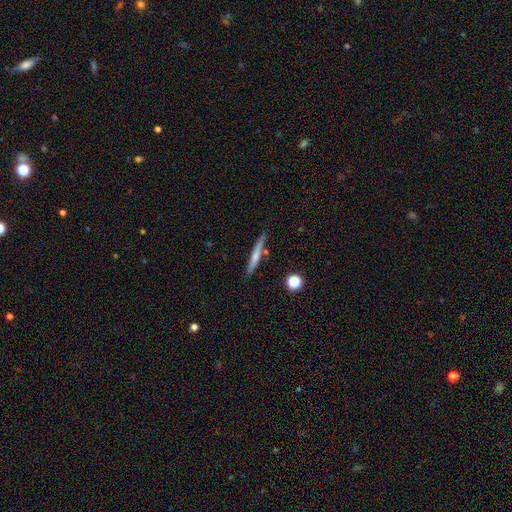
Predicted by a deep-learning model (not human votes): This appears to be a smooth galaxy with no disk features (53%) that is cigar-shaped (93%). Merging: none (78%).